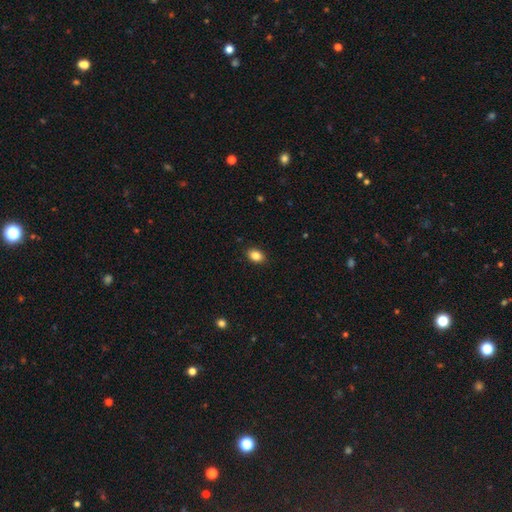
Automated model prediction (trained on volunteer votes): smooth 86%, star or artifact 9%, featured or disk 5%. Down the decision tree: how rounded — in between (76%); merging — none (90%).